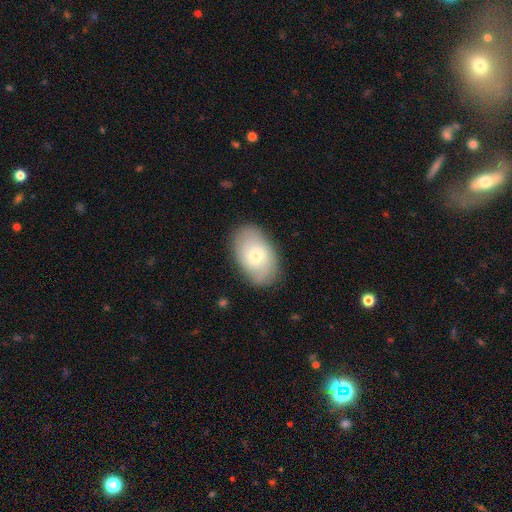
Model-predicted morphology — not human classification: Overall: smooth (51%; featured or disk 42%). How rounded: in between (89%). Merging: none (82%).